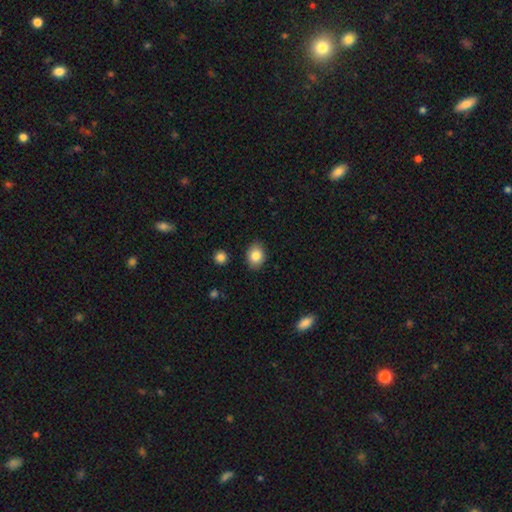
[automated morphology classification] smooth_or_featured: smooth (p=0.84) [alt: star or artifact p=0.09]
how_rounded: in between (p=0.60) [alt: round p=0.39]
merging: none (p=0.87) [alt: minor disturbance p=0.09]